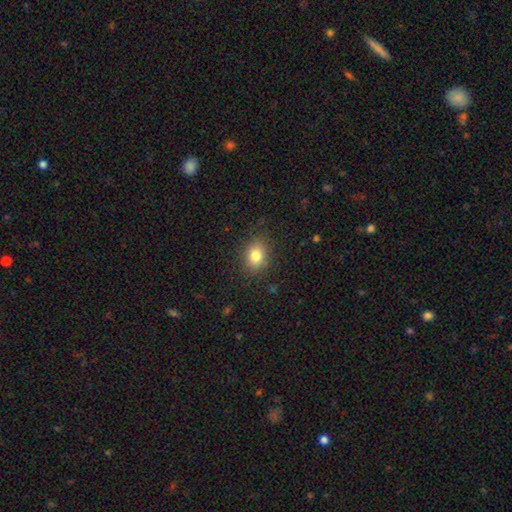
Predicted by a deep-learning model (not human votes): This is clearly a smooth galaxy (80%). How rounded: possibly in between (55%). Merging: clearly none (84%).